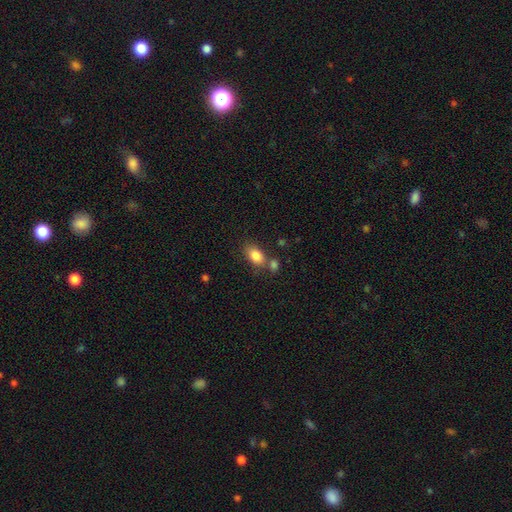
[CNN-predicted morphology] Smooth or featured?
  - smooth: 84% *
  - star or artifact: 8%
  - featured or disk: 7%
How rounded?
  - in between: 87% *
  - round: 11%
  - cigar-shaped: 2%
Merging?
  - none: 60% *
  - merger: 22%
  - minor disturbance: 13%
  - major disturbance: 4%